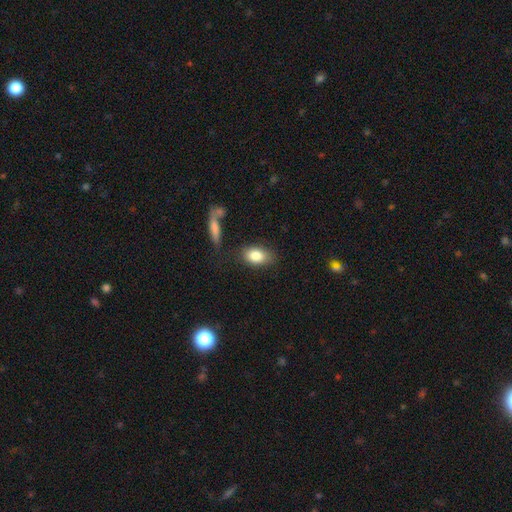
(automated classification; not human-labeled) Morphology: type=smooth (83%); roundness=in between (86%); merging=none (72%).